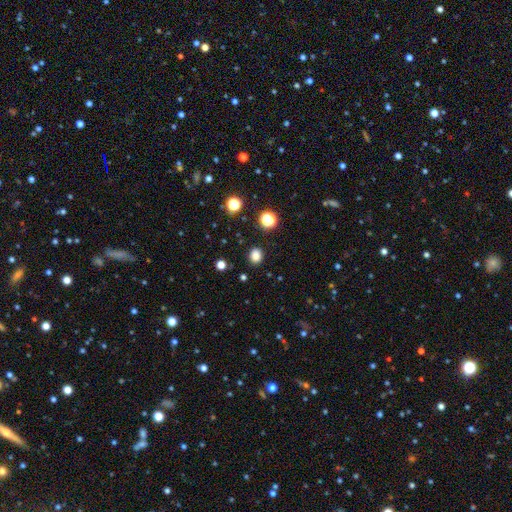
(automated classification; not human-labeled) Smooth or featured: smooth — 81% (star or artifact — 15%)
How rounded: round — 70% (in between — 29%)
Merging: none — 89% (minor disturbance — 7%)